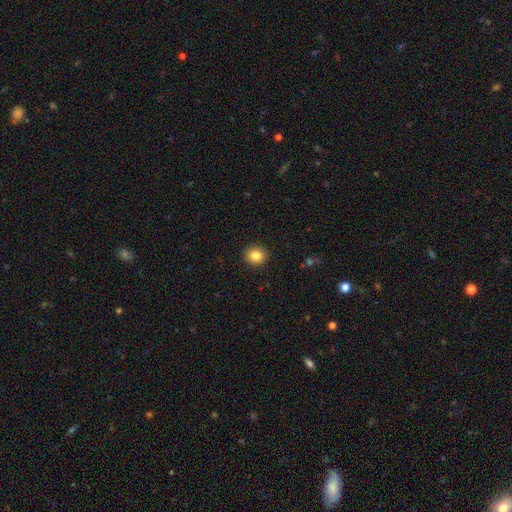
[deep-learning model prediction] Smooth or featured: smooth — 85% (star or artifact — 10%)
How rounded: round — 81% (in between — 18%)
Merging: none — 92% (minor disturbance — 5%)